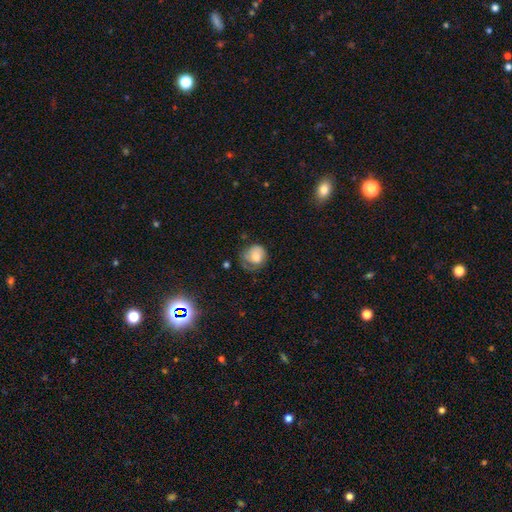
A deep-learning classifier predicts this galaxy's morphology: This is likely a smooth galaxy (65%). How rounded: likely round (74%). Merging: marginally none (45%).